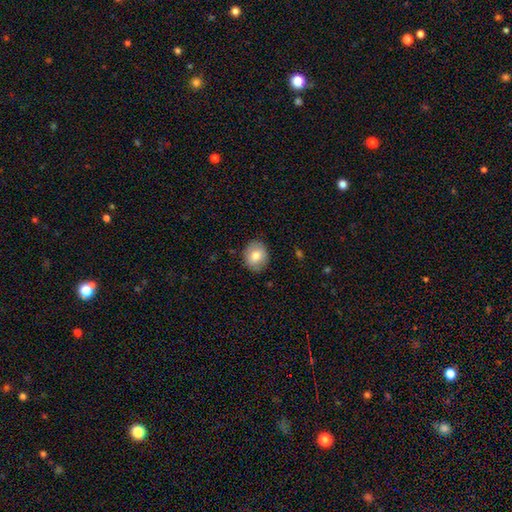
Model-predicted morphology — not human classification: Smooth or featured? smooth (77%)
How rounded? round (61%)
Merging? none (85%)